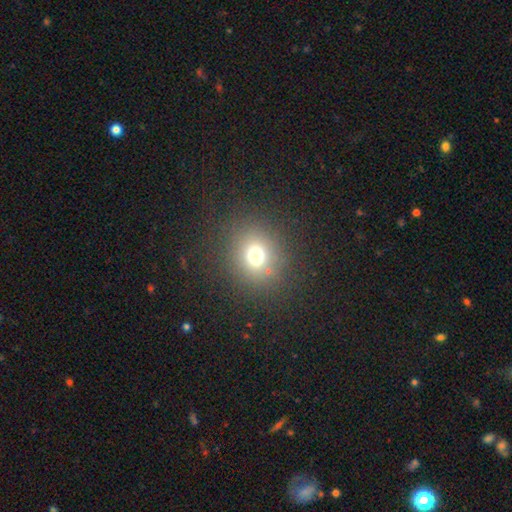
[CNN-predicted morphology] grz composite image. It shows a smooth galaxy with no disk features (70%) that is round (80%). Merging: none (85%).